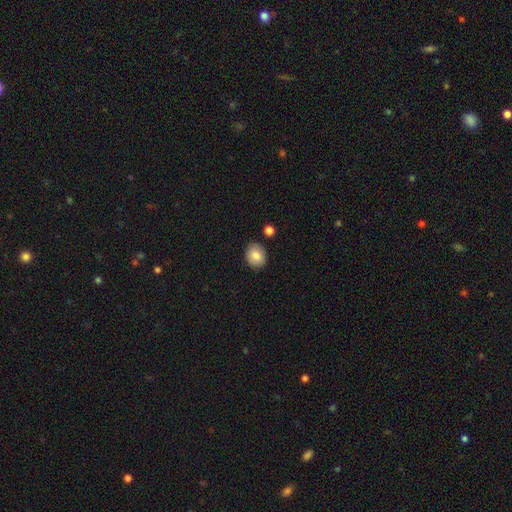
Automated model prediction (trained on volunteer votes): smooth-or-featured: smooth: 84% | star or artifact: 8% | featured or disk: 8%
  how-rounded: round: 53% | in between: 46% | cigar-shaped: 1%
  merging: none: 84% | minor disturbance: 10% | merger: 3% | major disturbance: 2%